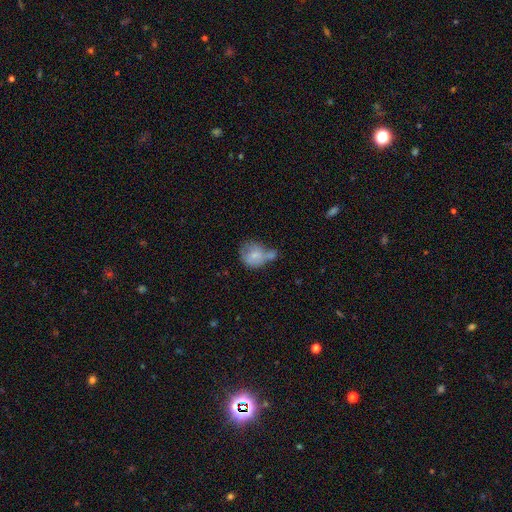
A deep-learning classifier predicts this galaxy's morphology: This appears to be a smooth galaxy with no disk features (68%) that is round (69%). Merging: merger (41%).